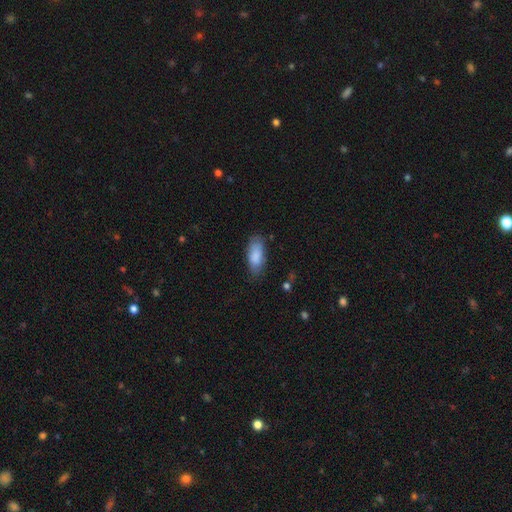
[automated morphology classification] Smooth or featured?
  - smooth: 86% *
  - featured or disk: 8%
  - star or artifact: 6%
How rounded?
  - in between: 85% *
  - cigar-shaped: 13%
  - round: 2%
Merging?
  - none: 75% *
  - minor disturbance: 19%
  - major disturbance: 4%
  - merger: 2%